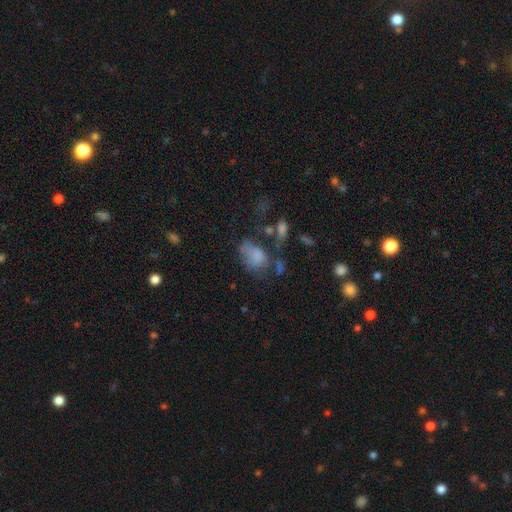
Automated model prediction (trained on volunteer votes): smooth_or_featured: smooth (p=0.71) [alt: featured or disk p=0.17]
how_rounded: in between (p=0.81) [alt: round p=0.18]
merging: none (p=0.29) [tied with: major disturbance p=0.29]